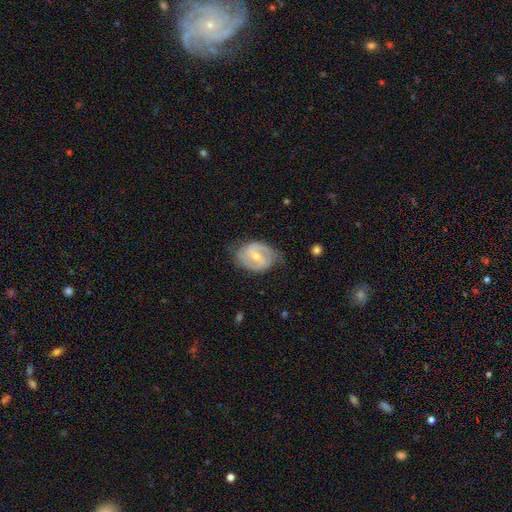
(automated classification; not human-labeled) Smooth or featured?
  - featured or disk: 80% *
  - smooth: 15%
  - star or artifact: 5%
Edge-on disk?
  - no: 97% *
  - yes: 3%
Bar?
  - weak: 51% *
  - strong: 30%
  - no: 19%
Spiral arms?
  - yes: 91% *
  - no: 9%
Spiral winding?
  - medium: 47% *
  - tight: 36%
  - loose: 18%
Spiral arm count?
  - 2: 83% *
  - can't tell: 9%
  - 3: 3%
  - 1: 3%
  - 4: 1%
  - more than 4: 1%
Bulge size?
  - small: 50% *
  - moderate: 46%
  - large: 2%
  - none: 2%
  - dominant: 1%
Merging?
  - none: 67% *
  - minor disturbance: 23%
  - major disturbance: 8%
  - merger: 1%